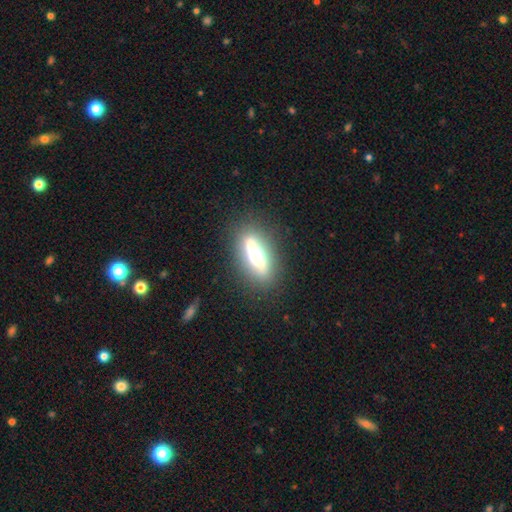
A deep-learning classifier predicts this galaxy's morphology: Overall: featured or disk (50%; smooth 40%). Merging: none (73%).